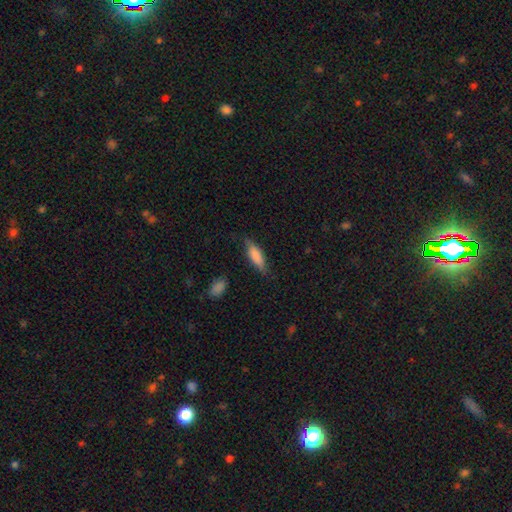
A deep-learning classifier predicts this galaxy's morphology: smooth 78%, featured or disk 16%, star or artifact 6%. Down the decision tree: how rounded — in between (52%); merging — none (72%).